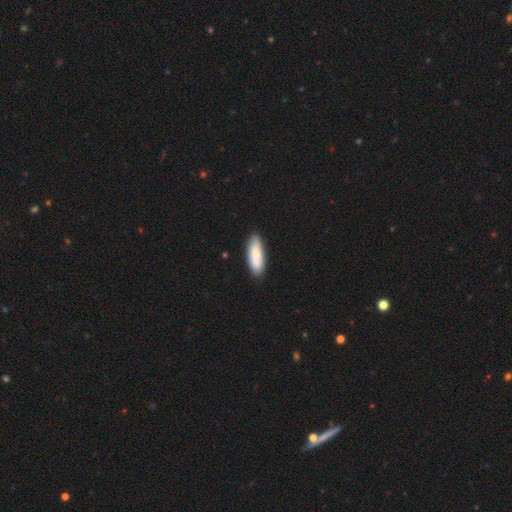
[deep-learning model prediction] Smooth or featured: smooth — 75% (featured or disk — 20%)
How rounded: in between — 62% (cigar-shaped — 37%)
Merging: none — 83% (minor disturbance — 13%)